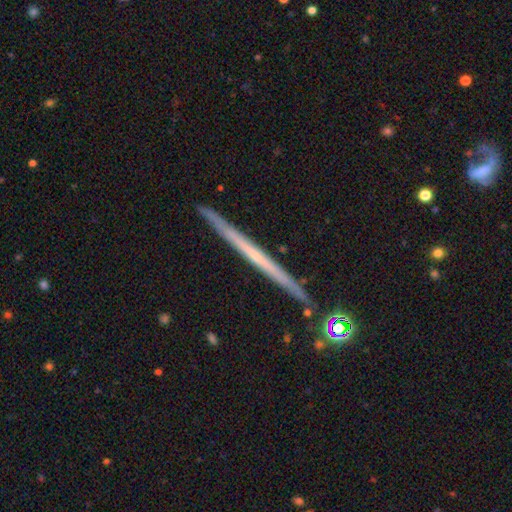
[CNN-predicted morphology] Q: Smooth or featured?
A: featured or disk (67%); runner-up: smooth (26%)
Q: Edge-on disk?
A: yes (98%); runner-up: no (2%)
Q: Edge-on bulge?
A: none (84%); runner-up: rounded (13%)
Q: Merging?
A: none (91%); runner-up: minor disturbance (6%)